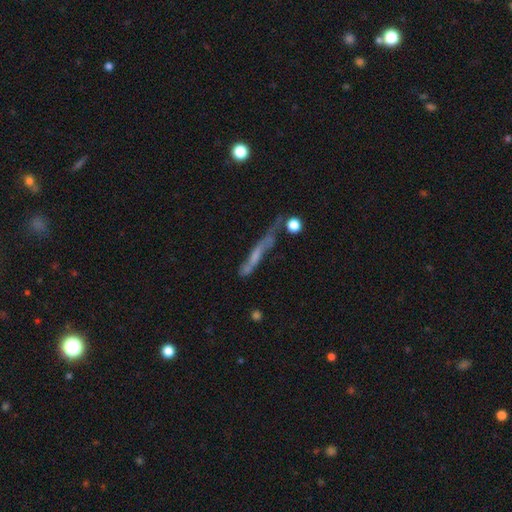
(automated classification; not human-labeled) A featured or disk galaxy (53%) viewed edge-on (65%).

Vote fractions:
- Smooth or featured? featured or disk: 53% / smooth: 35% / star or artifact: 12%
- Edge-on disk? yes: 65% / no: 35%
- Merging? none: 40% / minor disturbance: 25% / major disturbance: 24% / merger: 11%